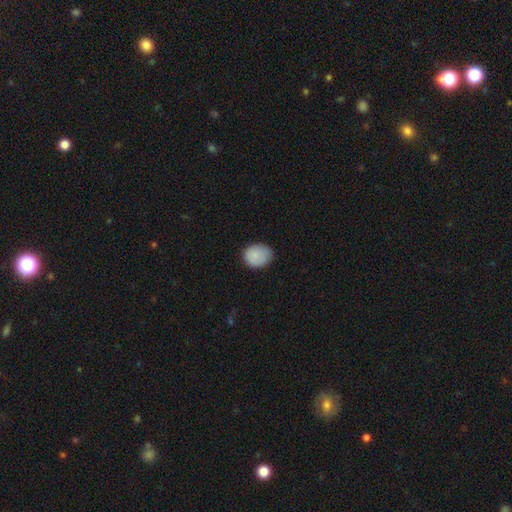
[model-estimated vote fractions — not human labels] Overall: smooth (87%). How rounded: round (57%; in between 42%). Merging: none (76%).